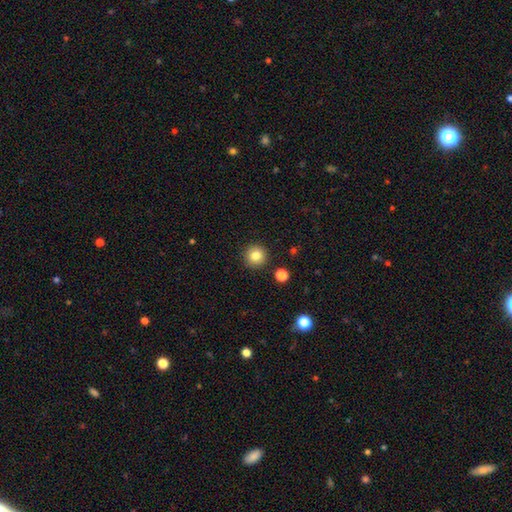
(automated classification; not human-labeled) Smooth or featured? smooth (83%)
How rounded? round (95%)
Merging? none (91%)